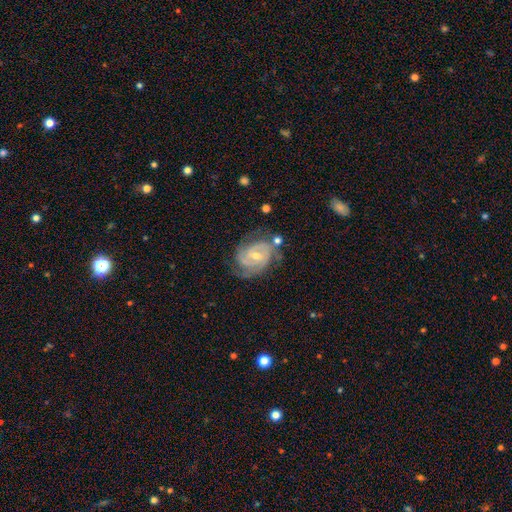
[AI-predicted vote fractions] Overall: featured or disk (87%). Edge-on disk: no (97%). Bar: weak (46%; no 40%). Spiral arms: yes (96%). Spiral arm count: 2 (45%; 3 26%). Spiral winding: tight (62%; medium 31%). Bulge size: small (49%; moderate 48%). Merging: none (66%).